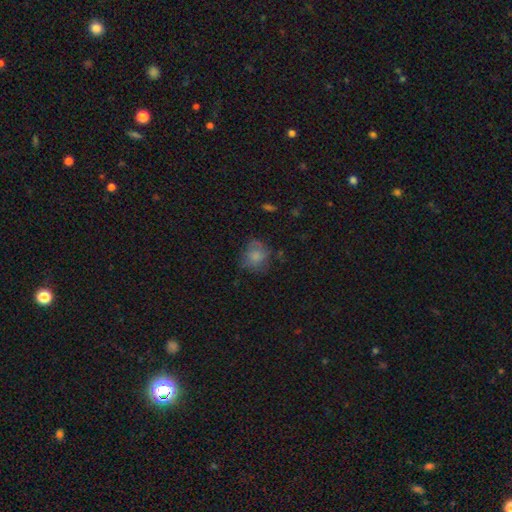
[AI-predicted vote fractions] smooth_or_featured: smooth (p=0.70) [alt: featured or disk p=0.20]
how_rounded: round (p=0.70) [alt: in between p=0.29]
merging: none (p=0.55) [alt: minor disturbance p=0.27]